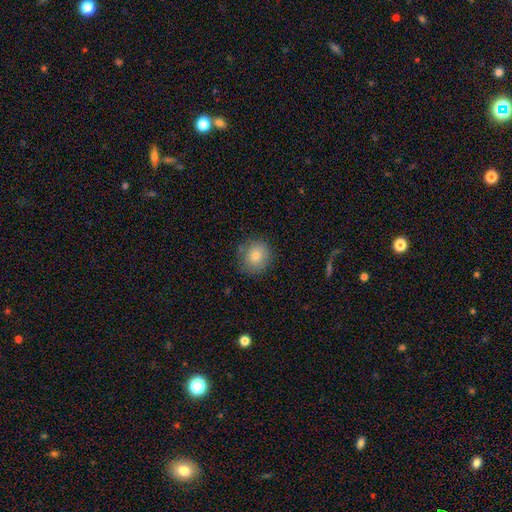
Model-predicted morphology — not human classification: type=smooth (78%); roundness=round (86%); merging=none (83%).